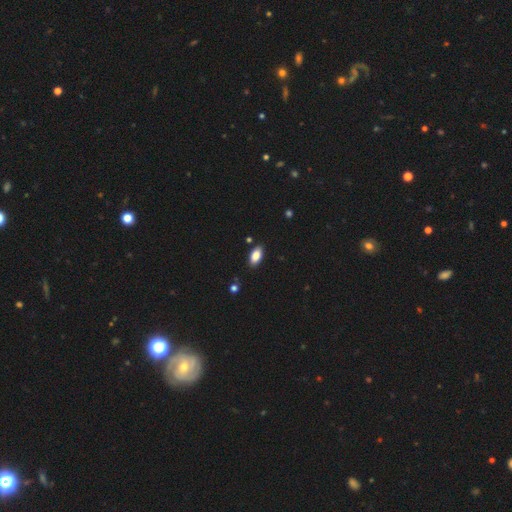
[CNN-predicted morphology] A smooth galaxy with no disk features (85%) that is in between round and cigar-shaped (92%). Merging: none (86%).